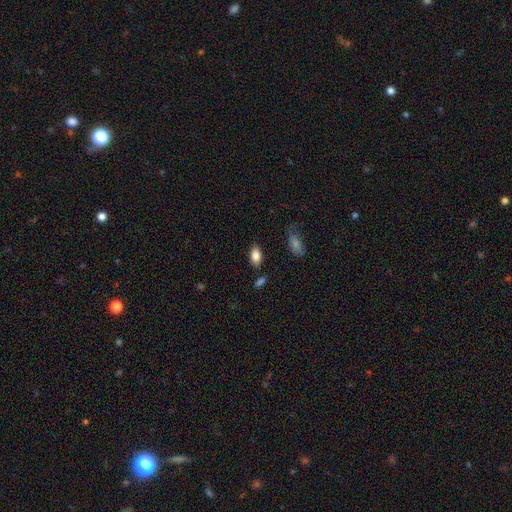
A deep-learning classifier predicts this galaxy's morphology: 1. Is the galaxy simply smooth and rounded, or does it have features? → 85% smooth, 8% featured or disk, 8% star or artifact.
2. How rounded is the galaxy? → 92% in between, 5% round, 3% cigar-shaped.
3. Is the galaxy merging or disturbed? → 82% none, 11% minor disturbance, 3% merger, 3% major disturbance.